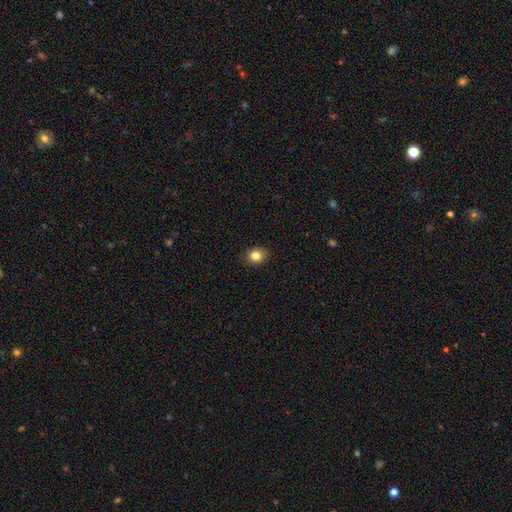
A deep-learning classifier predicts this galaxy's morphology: Smooth or featured?
  - smooth: 83% *
  - star or artifact: 11%
  - featured or disk: 7%
How rounded?
  - round: 56% *
  - in between: 43%
  - cigar-shaped: 1%
Merging?
  - none: 89% *
  - minor disturbance: 8%
  - major disturbance: 2%
  - merger: 1%